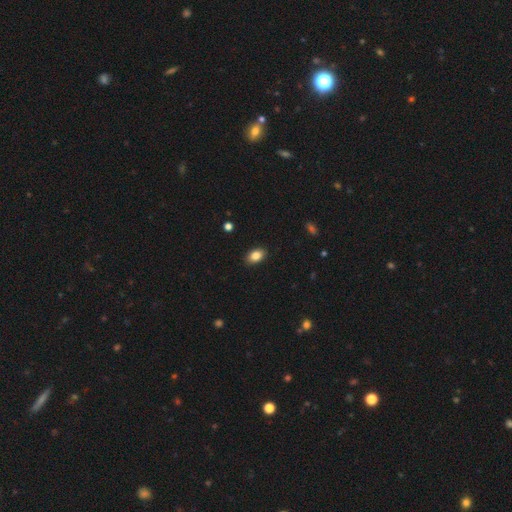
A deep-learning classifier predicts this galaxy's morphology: Smooth or featured?
  - smooth: 85% *
  - star or artifact: 8%
  - featured or disk: 7%
How rounded?
  - in between: 88% *
  - round: 11%
  - cigar-shaped: 1%
Merging?
  - none: 89% *
  - minor disturbance: 8%
  - major disturbance: 2%
  - merger: 1%